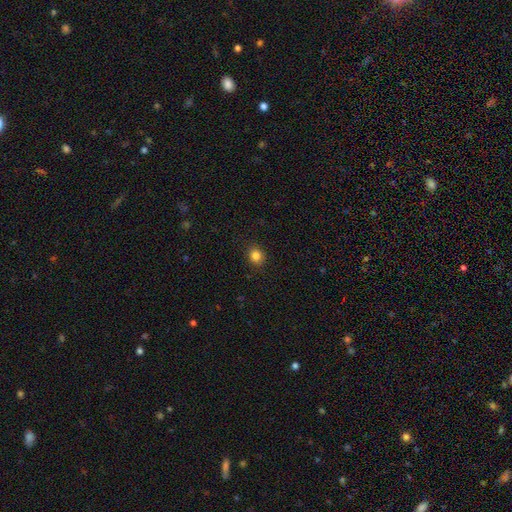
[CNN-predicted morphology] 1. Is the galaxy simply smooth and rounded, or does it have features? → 84% smooth, 12% star or artifact, 4% featured or disk.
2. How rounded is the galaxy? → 78% round, 21% in between, 1% cigar-shaped.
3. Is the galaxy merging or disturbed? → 90% none, 7% minor disturbance, 2% major disturbance, 1% merger.